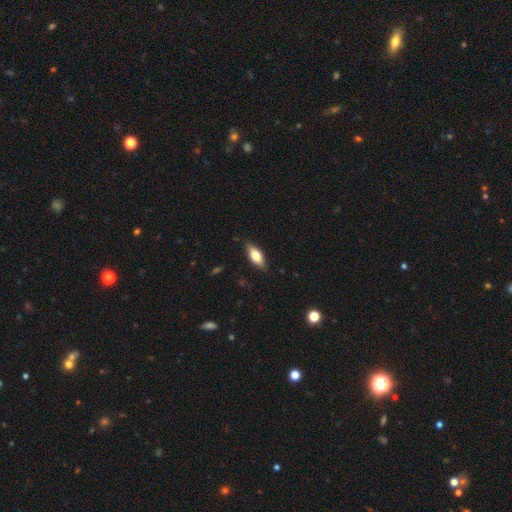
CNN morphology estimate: type=smooth (70%); roundness=in between (80%); merging=none (82%).